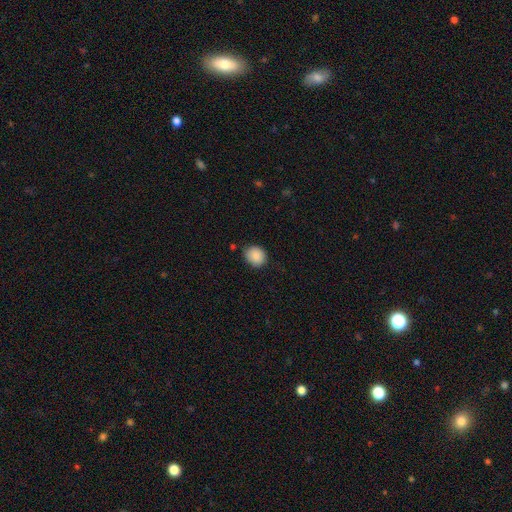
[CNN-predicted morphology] smooth 88%, star or artifact 8%, featured or disk 4%. Down the decision tree: how rounded — round (67%); merging — none (80%).